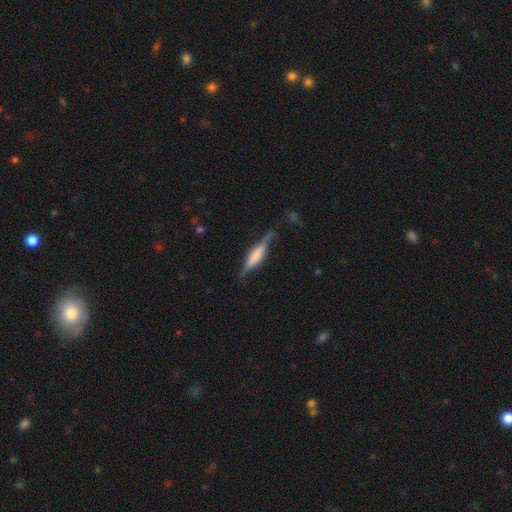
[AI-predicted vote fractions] Smooth or featured: featured or disk — 65% (smooth — 28%)
Edge-on disk: yes — 95% (no — 5%)
Edge-on bulge: boxy — 54% (rounded — 36%)
Merging: none — 73% (minor disturbance — 18%)